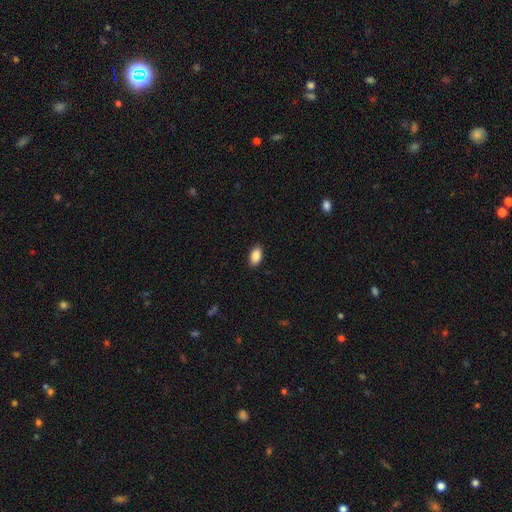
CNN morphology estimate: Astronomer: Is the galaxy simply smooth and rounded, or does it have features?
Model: smooth — 86%.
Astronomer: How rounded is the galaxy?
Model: in between — 92%.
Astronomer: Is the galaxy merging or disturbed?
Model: none — 90%.